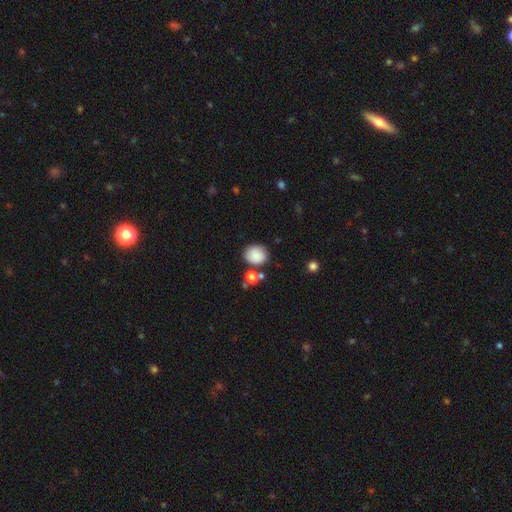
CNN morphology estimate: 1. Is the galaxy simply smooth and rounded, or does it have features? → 86% smooth, 9% star or artifact, 6% featured or disk.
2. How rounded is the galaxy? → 69% round, 30% in between, 1% cigar-shaped.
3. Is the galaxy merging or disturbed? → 74% none, 12% minor disturbance, 10% merger, 4% major disturbance.